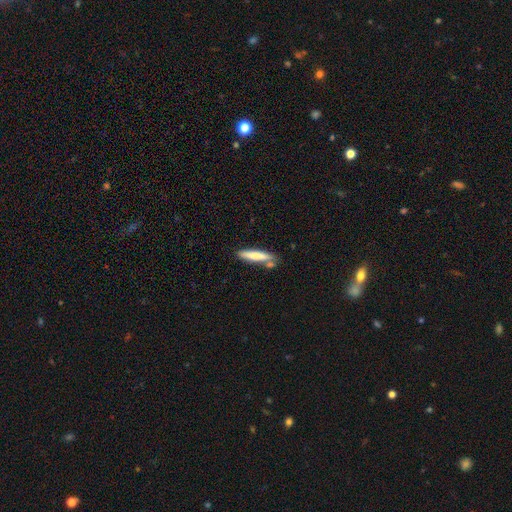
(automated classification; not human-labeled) smooth_or_featured: smooth (p=0.76) [alt: featured or disk p=0.19]
how_rounded: cigar-shaped (p=0.86) [alt: in between p=0.12]
merging: none (p=0.71) [alt: minor disturbance p=0.15]